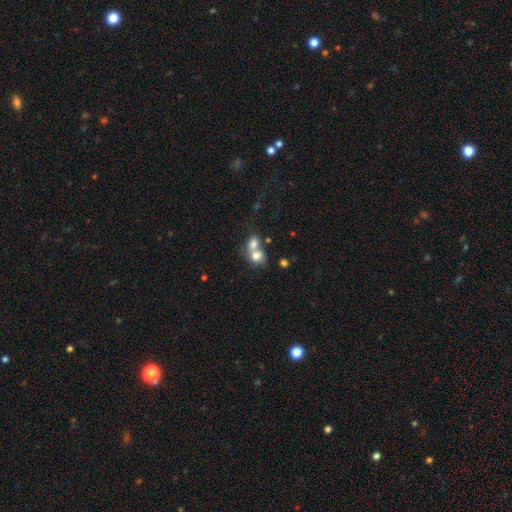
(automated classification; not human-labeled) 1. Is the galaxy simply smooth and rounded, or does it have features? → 74% smooth, 16% featured or disk, 10% star or artifact.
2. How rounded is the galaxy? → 63% round, 36% in between, 1% cigar-shaped.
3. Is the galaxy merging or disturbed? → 67% merger, 23% none, 6% minor disturbance, 3% major disturbance.